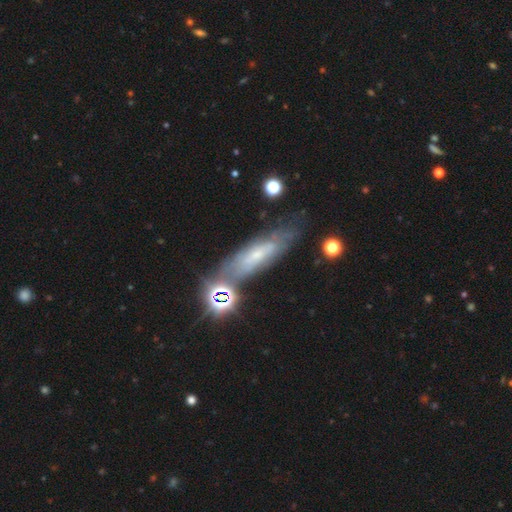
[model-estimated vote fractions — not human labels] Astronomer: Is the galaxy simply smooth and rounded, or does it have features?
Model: featured or disk — 56%.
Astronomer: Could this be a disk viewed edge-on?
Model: no — 61% (runner-up: yes, 39%).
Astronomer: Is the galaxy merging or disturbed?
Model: none — 64%.